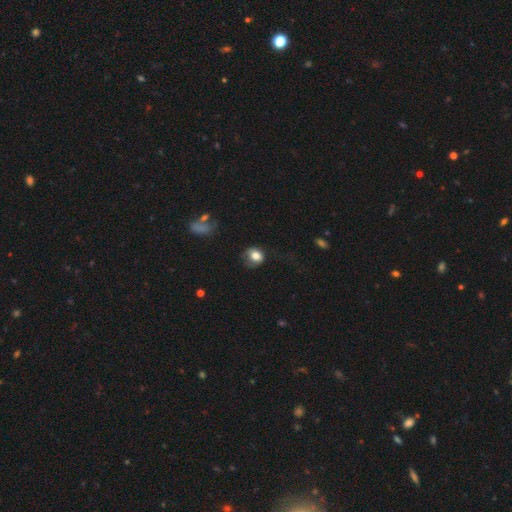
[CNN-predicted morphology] Smooth or featured? smooth (77%)
How rounded? round (65%)
Merging? none (52%)